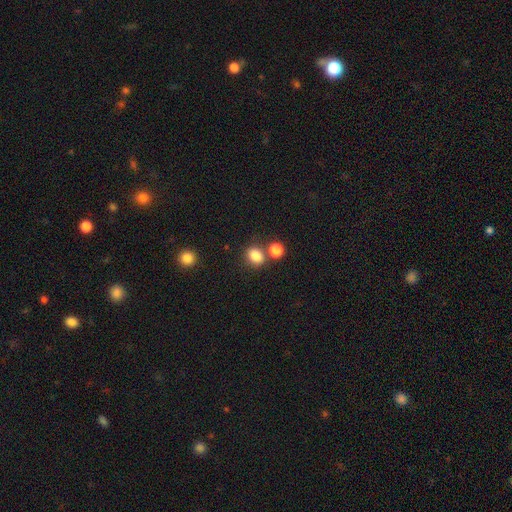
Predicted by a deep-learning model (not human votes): Smooth or featured?
  - smooth: 83% *
  - star or artifact: 11%
  - featured or disk: 5%
How rounded?
  - round: 54% *
  - in between: 45%
  - cigar-shaped: 1%
Merging?
  - none: 62% *
  - merger: 23%
  - minor disturbance: 10%
  - major disturbance: 4%